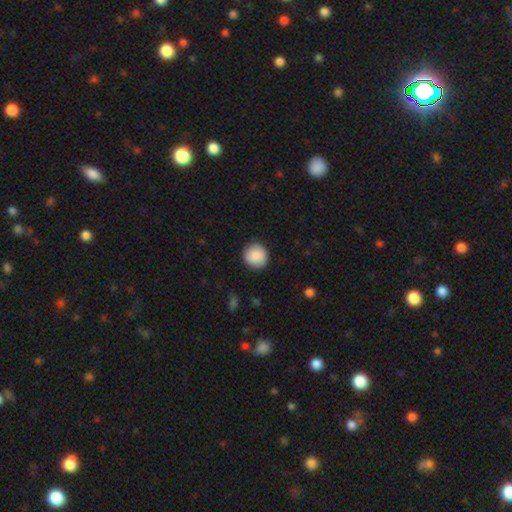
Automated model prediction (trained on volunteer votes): smooth_or_featured: smooth (p=0.89) [alt: star or artifact p=0.07]
how_rounded: round (p=0.93) [alt: in between p=0.06]
merging: none (p=0.90) [alt: minor disturbance p=0.07]